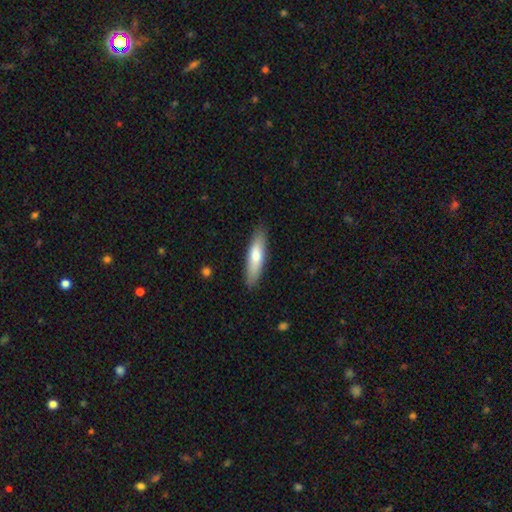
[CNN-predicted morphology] A smooth galaxy with no disk features (69%) that is cigar-shaped (71%). Merging: none (88%).